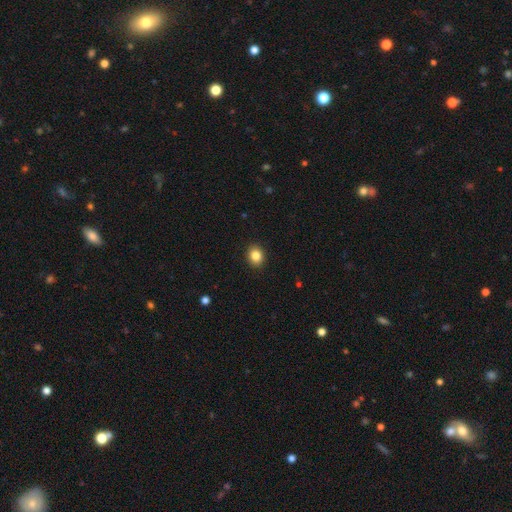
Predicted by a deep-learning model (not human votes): A smooth galaxy with no disk features (85%) that is round (61%).

Vote fractions:
- Smooth or featured? smooth: 85% / star or artifact: 10% / featured or disk: 5%
- How rounded? round: 61% / in between: 38% / cigar-shaped: 1%
- Merging? none: 91% / minor disturbance: 6% / major disturbance: 2% / merger: 1%